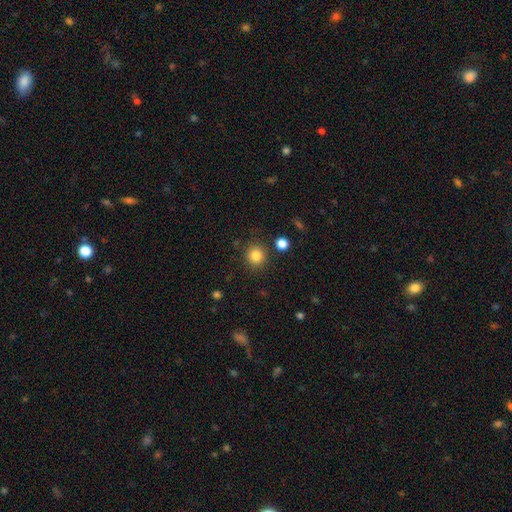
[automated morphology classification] smooth-or-featured: smooth: 84% | star or artifact: 11% | featured or disk: 5%
  how-rounded: round: 89% | in between: 10% | cigar-shaped: 1%
  merging: none: 86% | minor disturbance: 8% | merger: 3% | major disturbance: 3%